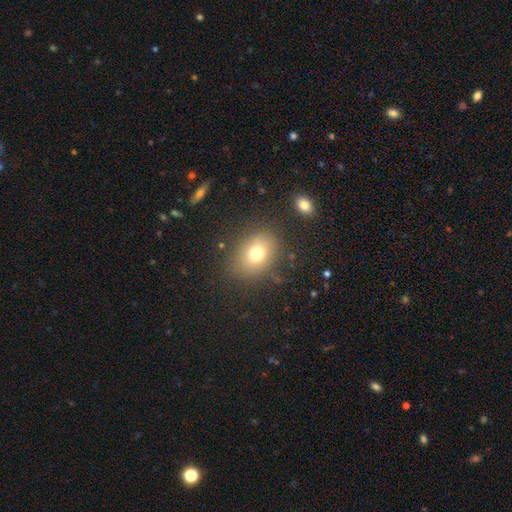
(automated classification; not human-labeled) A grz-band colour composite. It shows a smooth galaxy with no disk features (73%) that is in between round and cigar-shaped (56%). Merging: none (80%).